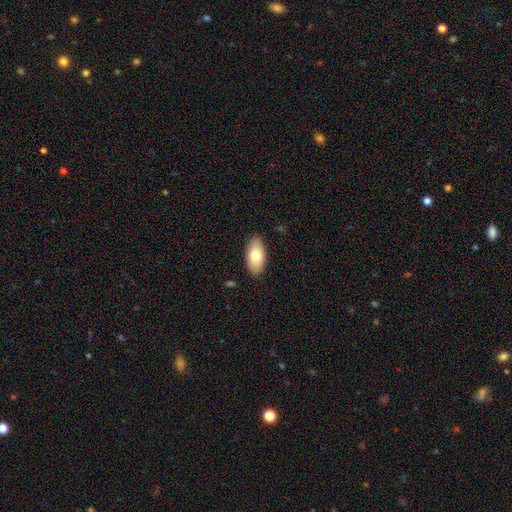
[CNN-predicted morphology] This appears to be a smooth galaxy with no disk features (75%) that is in between round and cigar-shaped (93%). Merging: none (88%).